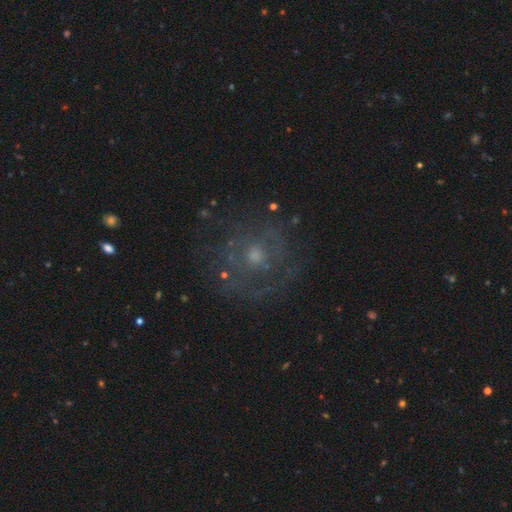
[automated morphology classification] Overall: featured or disk (59%; smooth 26%). Edge-on disk: no (97%). Bar: no (85%). Spiral arms: yes (50%, tied with no). Bulge size: moderate (51%; small 38%). Merging: none (73%).